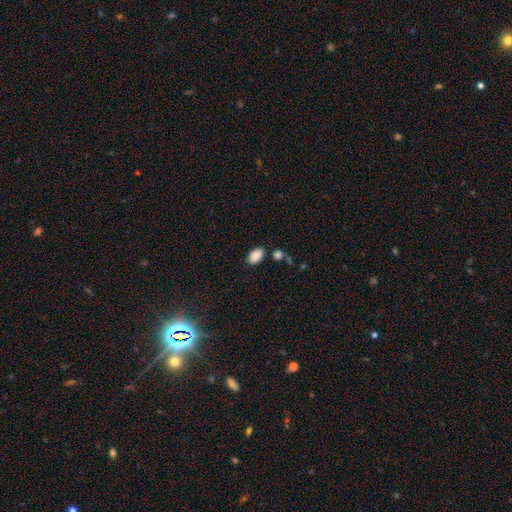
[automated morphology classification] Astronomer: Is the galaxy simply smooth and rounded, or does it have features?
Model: smooth — 88%.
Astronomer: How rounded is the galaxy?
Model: in between — 93%.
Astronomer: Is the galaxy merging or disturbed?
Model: none — 77%.